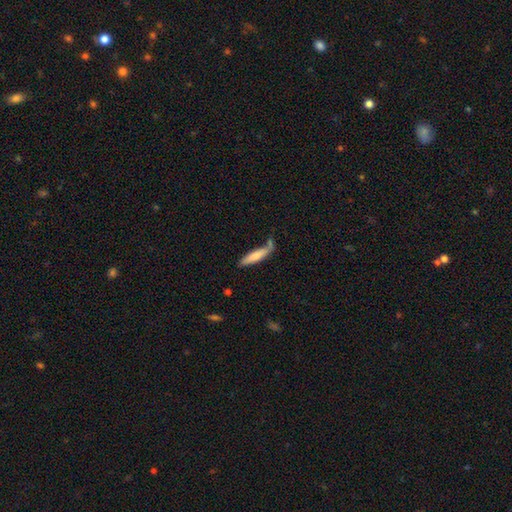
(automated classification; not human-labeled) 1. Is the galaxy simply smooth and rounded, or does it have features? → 75% smooth, 19% featured or disk, 6% star or artifact.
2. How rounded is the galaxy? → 80% cigar-shaped, 18% in between, 1% round.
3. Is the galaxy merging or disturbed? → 60% none, 22% minor disturbance, 12% merger, 6% major disturbance.